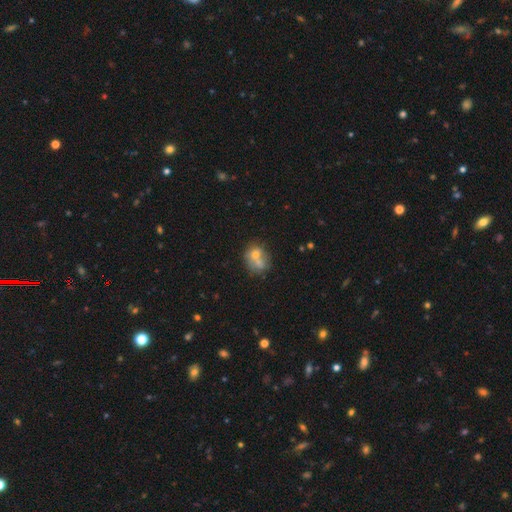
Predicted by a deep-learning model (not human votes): Morphology: type=smooth (60%); roundness=round (59%); merging=merger (44%).